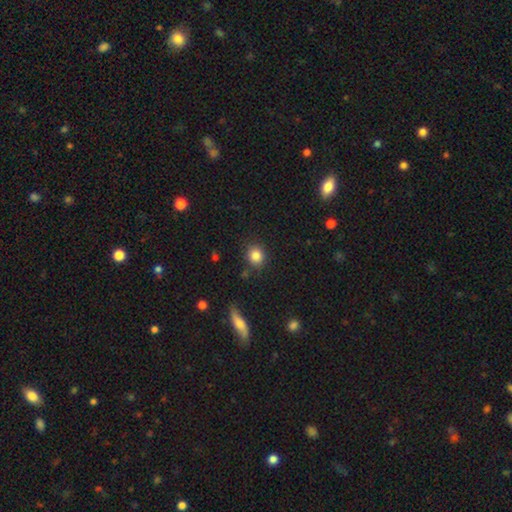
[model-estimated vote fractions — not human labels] Q: Smooth or featured?
A: smooth (85%); runner-up: star or artifact (10%)
Q: How rounded?
A: round (81%); runner-up: in between (18%)
Q: Merging?
A: none (83%); runner-up: minor disturbance (10%)